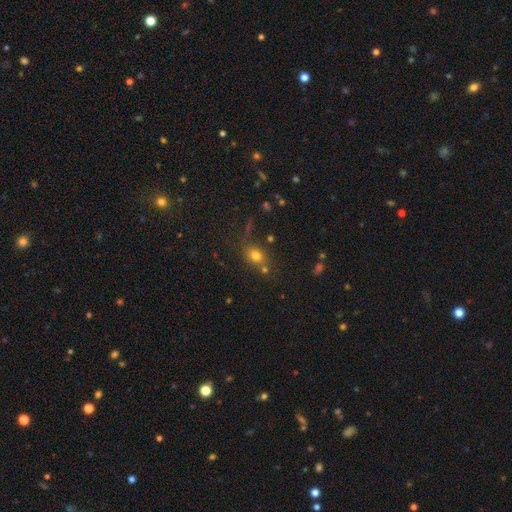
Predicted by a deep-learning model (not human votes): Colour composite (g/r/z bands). It shows a smooth galaxy with no disk features (73%) that is in between round and cigar-shaped (54%). Merging: none (66%).